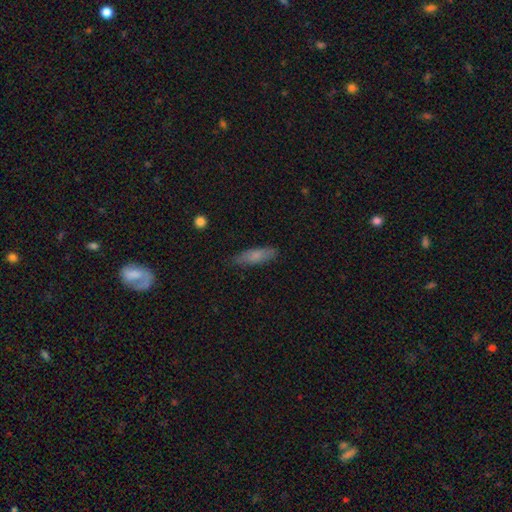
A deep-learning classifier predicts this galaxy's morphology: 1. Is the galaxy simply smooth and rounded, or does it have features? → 76% smooth, 17% featured or disk, 7% star or artifact.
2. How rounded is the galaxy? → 53% cigar-shaped, 45% in between, 2% round.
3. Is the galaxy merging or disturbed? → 80% none, 15% minor disturbance, 3% major disturbance, 1% merger.